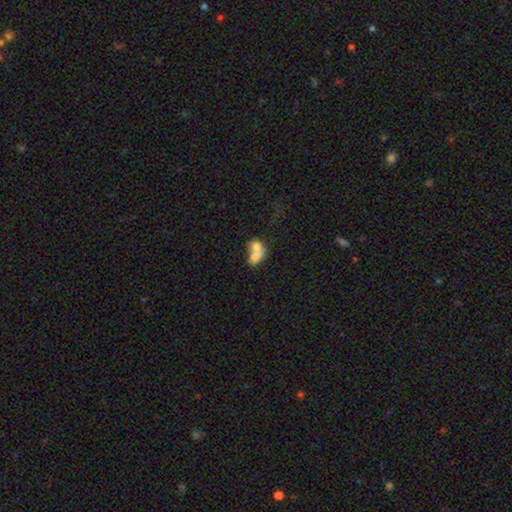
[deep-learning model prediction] Morphology: type=smooth (69%); roundness=in between (68%); merging=merger (77%).